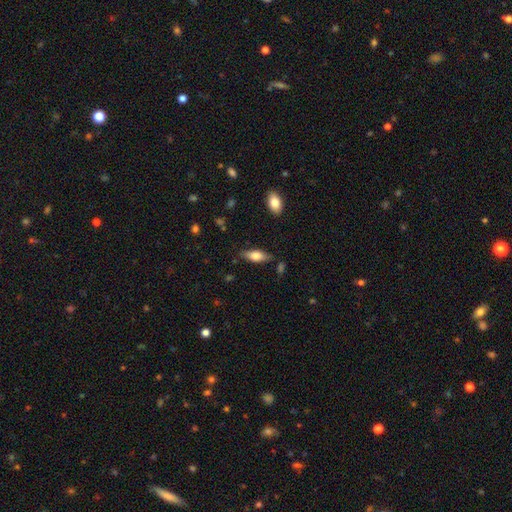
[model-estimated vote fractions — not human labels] Morphology: type=smooth (70%); roundness=in between (73%); merging=none (79%).